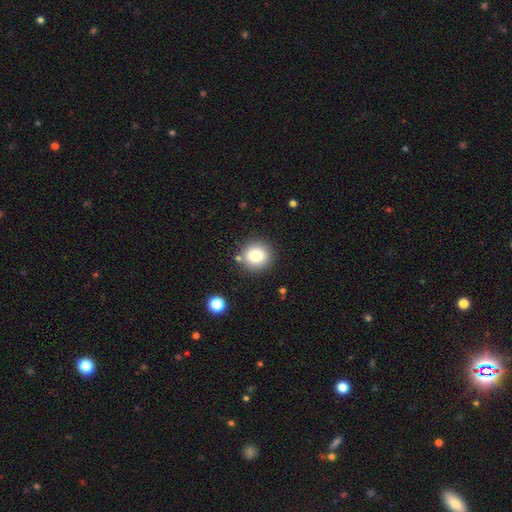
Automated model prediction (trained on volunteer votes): smooth 81%, star or artifact 11%, featured or disk 8%. Down the decision tree: how rounded — round (90%); merging — none (85%).